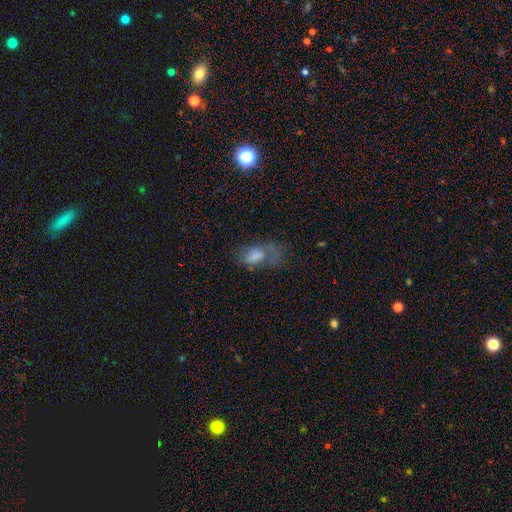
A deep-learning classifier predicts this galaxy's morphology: The model was most divided on "merging": none: 37%, major disturbance: 36%, minor disturbance: 23%, merger: 5%. Remaining: smooth or featured — smooth (44%).